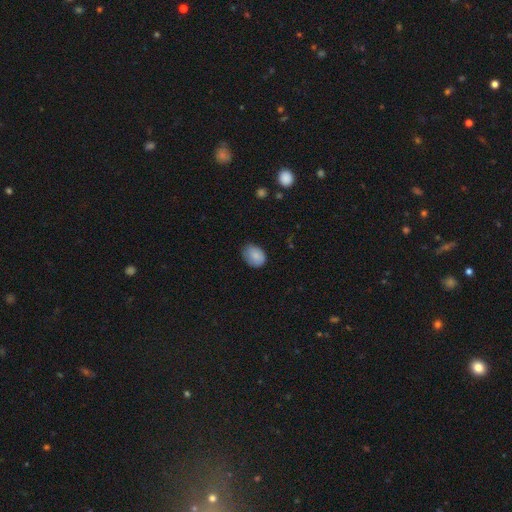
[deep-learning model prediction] smooth_or_featured: smooth (p=0.85) [alt: star or artifact p=0.07]
how_rounded: in between (p=0.69) [alt: round p=0.30]
merging: none (p=0.70) [alt: minor disturbance p=0.24]